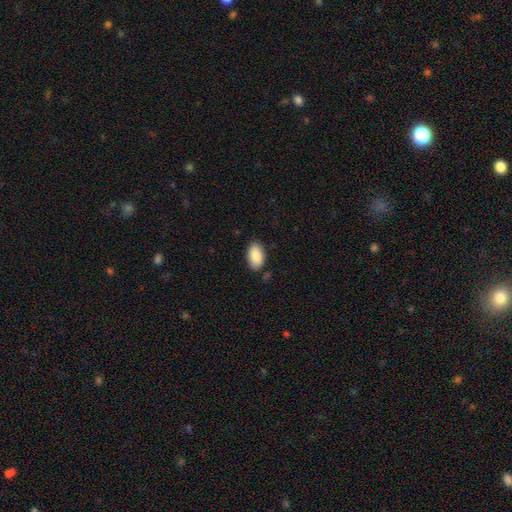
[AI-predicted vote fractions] This is clearly a smooth galaxy (89%). How rounded: clearly in between (94%). Merging: clearly none (85%).